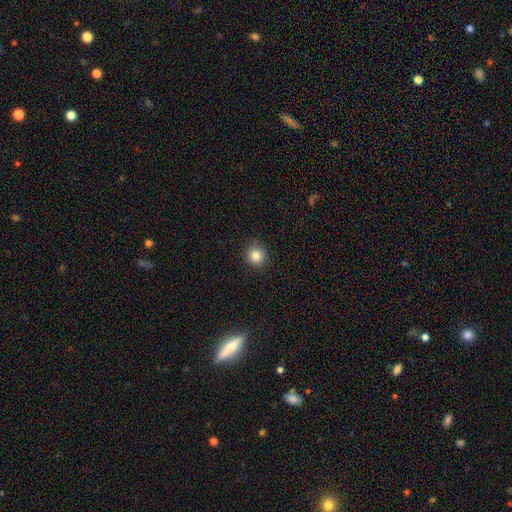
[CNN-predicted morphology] This appears to be a smooth galaxy with no disk features (83%) that is round (91%). Merging: none (91%).